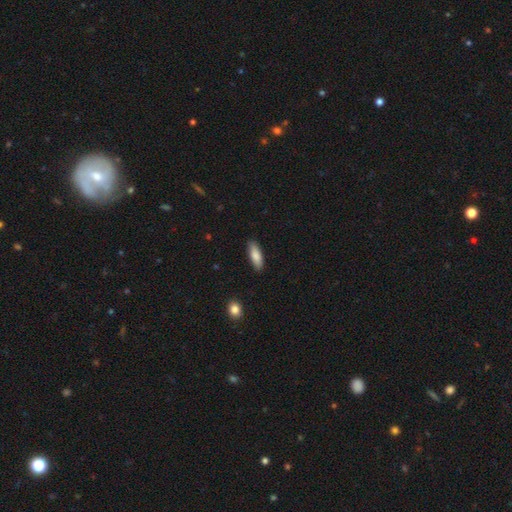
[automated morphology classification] A smooth galaxy with no disk features (84%) that is in between round and cigar-shaped (60%). Merging: none (86%).